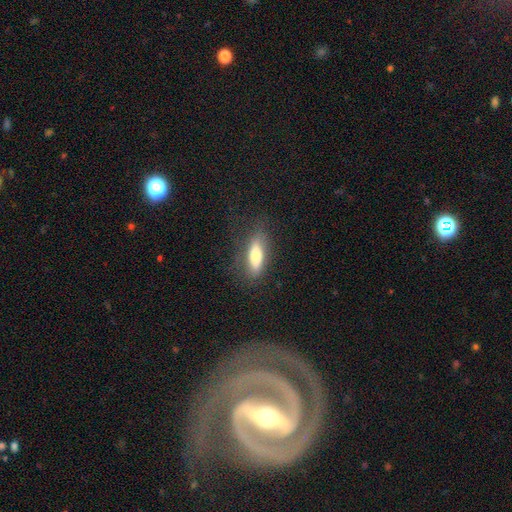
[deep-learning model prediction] smooth 71%, featured or disk 22%, star or artifact 7%. Down the decision tree: how rounded — in between (51%); merging — none (75%).